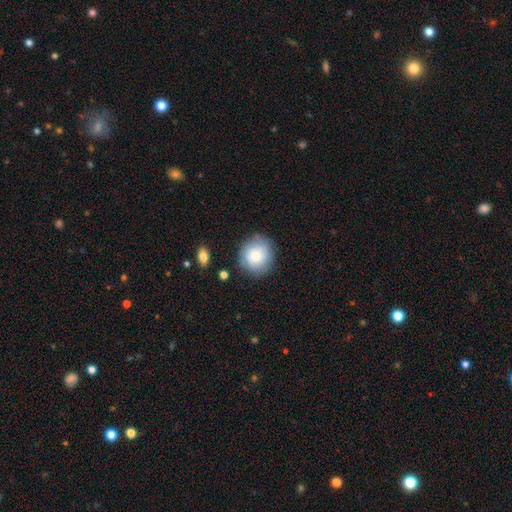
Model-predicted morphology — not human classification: Q: Smooth or featured?
A: smooth (80%); runner-up: featured or disk (13%)
Q: How rounded?
A: round (85%); runner-up: in between (14%)
Q: Merging?
A: none (79%); runner-up: minor disturbance (15%)